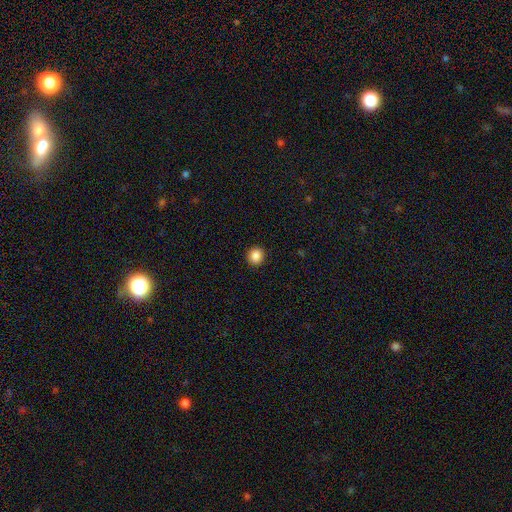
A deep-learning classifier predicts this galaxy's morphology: smooth_or_featured: smooth (p=0.87) [alt: star or artifact p=0.10]
how_rounded: round (p=0.87) [alt: in between p=0.12]
merging: none (p=0.92) [alt: minor disturbance p=0.05]